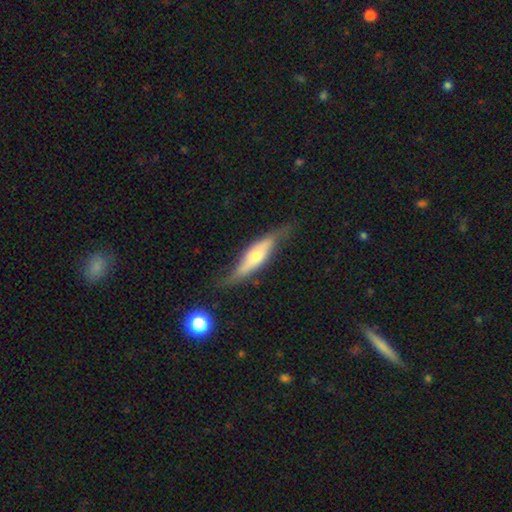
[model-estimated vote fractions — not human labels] Smooth or featured? Predicted: featured or disk (p=0.61). Edge-on disk? Predicted: yes (p=0.68). Merging? Predicted: none (p=0.67).